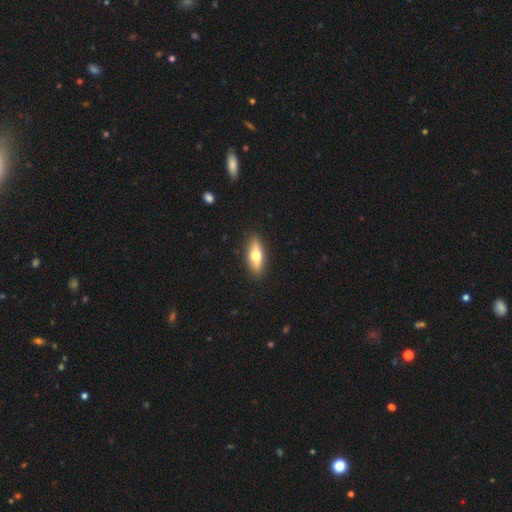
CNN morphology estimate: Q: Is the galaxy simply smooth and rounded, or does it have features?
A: smooth — 54%.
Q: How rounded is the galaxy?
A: in between — 57%.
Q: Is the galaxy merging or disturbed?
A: none — 90%.